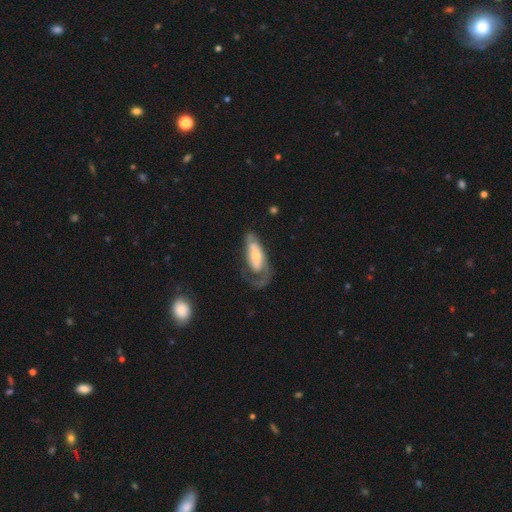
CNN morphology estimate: smooth-or-featured: featured or disk: 59% | smooth: 35% | star or artifact: 5%
  disk-edge-on: no: 87% | yes: 13%
    bar: no: 63% | weak: 26% | strong: 11%
    has-spiral-arms: yes: 70% | no: 30%
    bulge-size: moderate: 55% | small: 31% | large: 11% | none: 2% | dominant: 2%
  merging: major disturbance: 41% | none: 34% | minor disturbance: 22% | merger: 3%